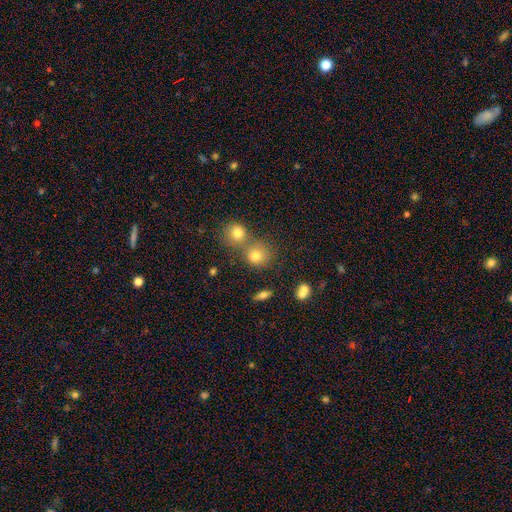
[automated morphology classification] smooth_or_featured: smooth (p=0.77) [alt: star or artifact p=0.13]
how_rounded: round (p=0.83) [alt: in between p=0.16]
merging: none (p=0.51) [alt: merger p=0.37]